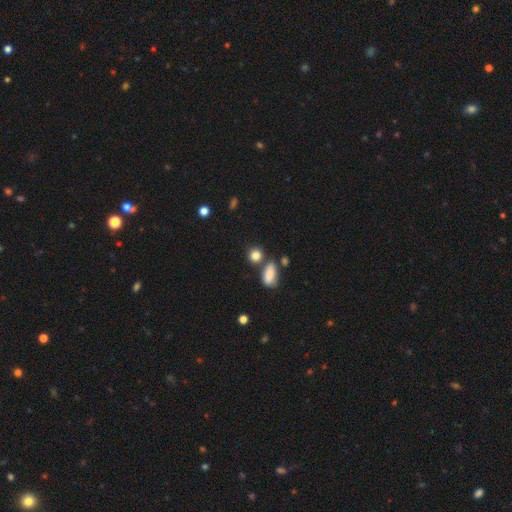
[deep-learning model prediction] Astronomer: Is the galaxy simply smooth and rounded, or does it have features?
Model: smooth — 84%.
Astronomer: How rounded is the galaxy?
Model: round — 66%.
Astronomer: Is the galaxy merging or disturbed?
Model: none — 67%.